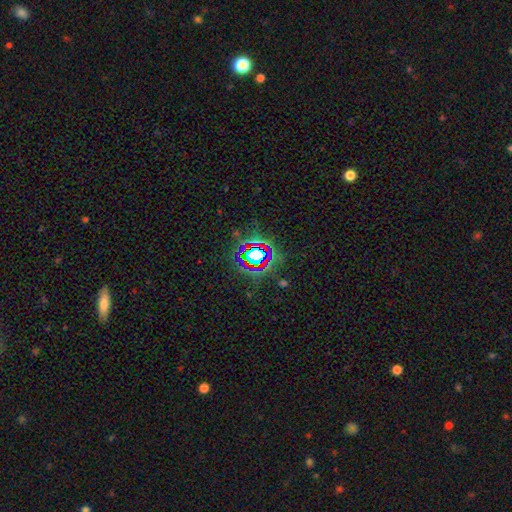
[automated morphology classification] This appears to be a star or artifact, not a galaxy (73%).